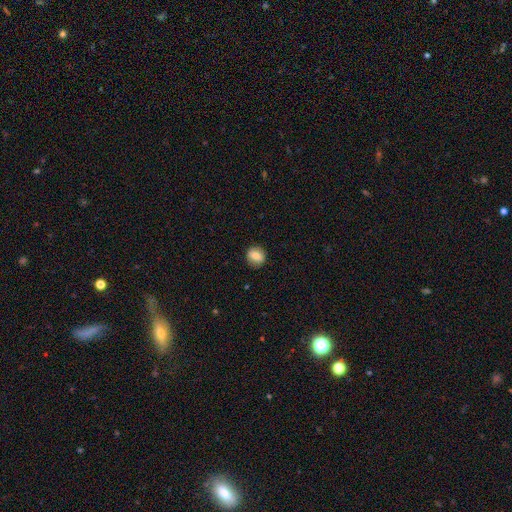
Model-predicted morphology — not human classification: Q: Smooth or featured?
A: smooth (80%); runner-up: featured or disk (12%)
Q: How rounded?
A: round (74%); runner-up: in between (25%)
Q: Merging?
A: none (87%); runner-up: minor disturbance (10%)